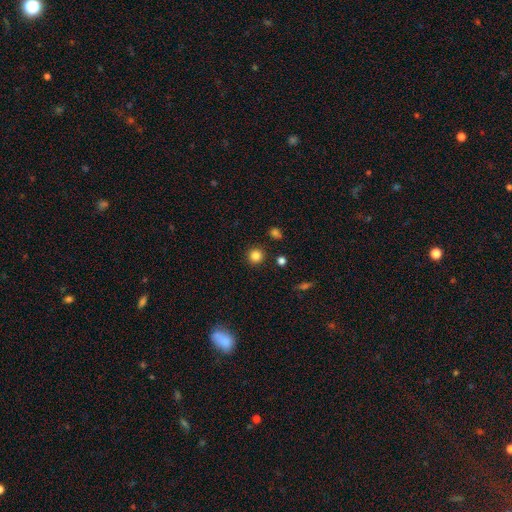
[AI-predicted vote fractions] A smooth galaxy with no disk features (84%) that is round (94%).

Vote fractions:
- Smooth or featured? smooth: 84% / star or artifact: 12% / featured or disk: 4%
- How rounded? round: 94% / in between: 5% / cigar-shaped: 1%
- Merging? none: 90% / minor disturbance: 5% / merger: 2% / major disturbance: 2%